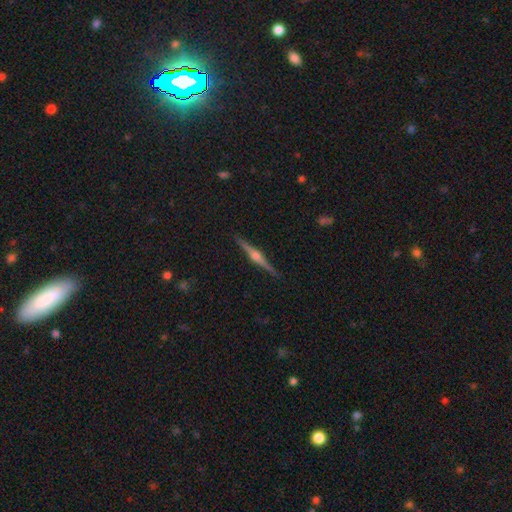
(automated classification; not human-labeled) Overall: featured or disk (85%). Edge-on disk: yes (99%). Edge-on bulge: rounded (93%). Merging: none (92%).